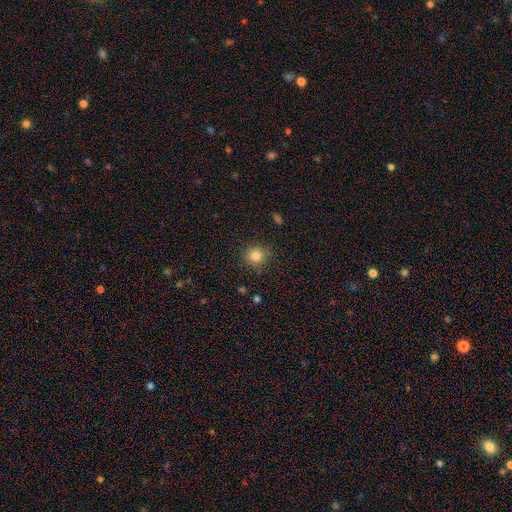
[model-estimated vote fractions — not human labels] Smooth or featured?
  - smooth: 83% *
  - star or artifact: 12%
  - featured or disk: 5%
How rounded?
  - round: 91% *
  - in between: 8%
  - cigar-shaped: 1%
Merging?
  - none: 88% *
  - minor disturbance: 8%
  - major disturbance: 3%
  - merger: 1%